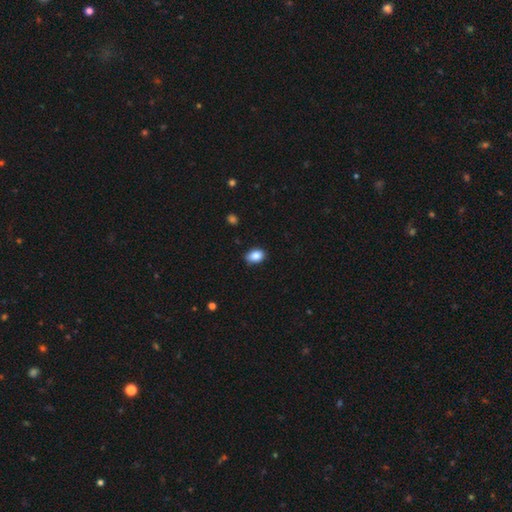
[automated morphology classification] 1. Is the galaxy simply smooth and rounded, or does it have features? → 87% smooth, 8% star or artifact, 5% featured or disk.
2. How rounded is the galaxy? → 81% in between, 18% round, 1% cigar-shaped.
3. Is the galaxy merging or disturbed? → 83% none, 14% minor disturbance, 2% major disturbance, 1% merger.